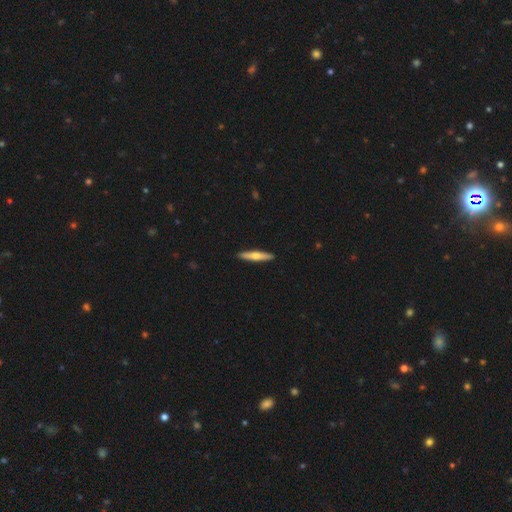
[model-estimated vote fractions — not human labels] Smooth or featured? smooth (51%)
How rounded? cigar-shaped (90%)
Merging? none (92%)